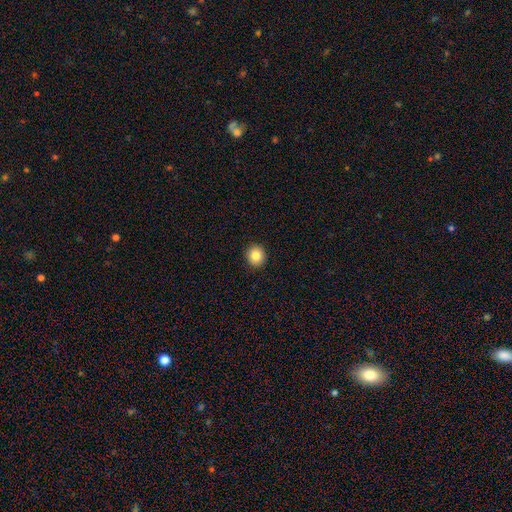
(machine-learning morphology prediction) Smooth or featured? smooth (85%)
How rounded? round (91%)
Merging? none (93%)